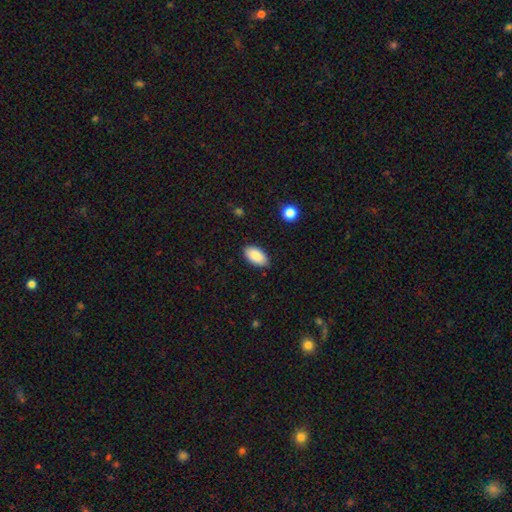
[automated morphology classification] type=smooth (89%); roundness=in between (95%); merging=none (87%).